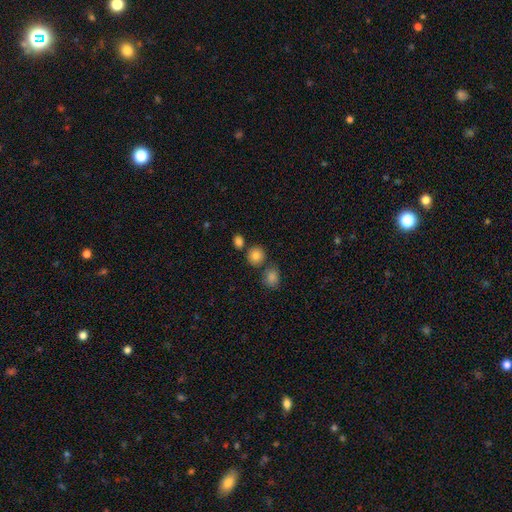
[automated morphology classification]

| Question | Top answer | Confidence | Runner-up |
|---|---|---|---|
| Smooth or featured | smooth | 83% | star or artifact (11%) |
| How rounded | round | 85% | in between (14%) |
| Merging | none | 69% | merger (18%) |